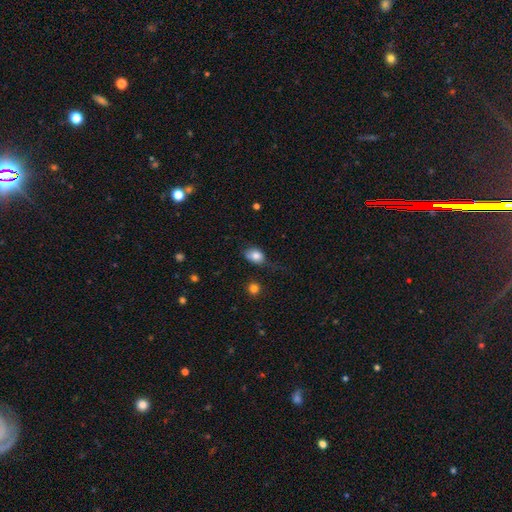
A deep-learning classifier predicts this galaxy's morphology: smooth_or_featured: smooth (p=0.81) [alt: featured or disk p=0.10]
how_rounded: in between (p=0.72) [alt: round p=0.26]
merging: none (p=0.51) [alt: minor disturbance p=0.31]